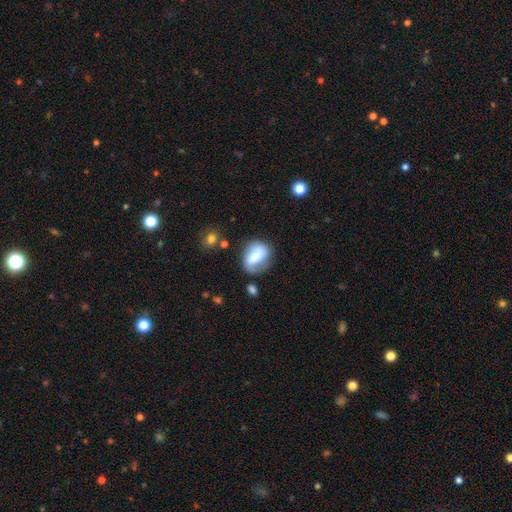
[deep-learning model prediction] Smooth or featured? Predicted: smooth (p=0.60). How rounded? Predicted: in between (p=0.65). Merging? Predicted: none (p=0.55).